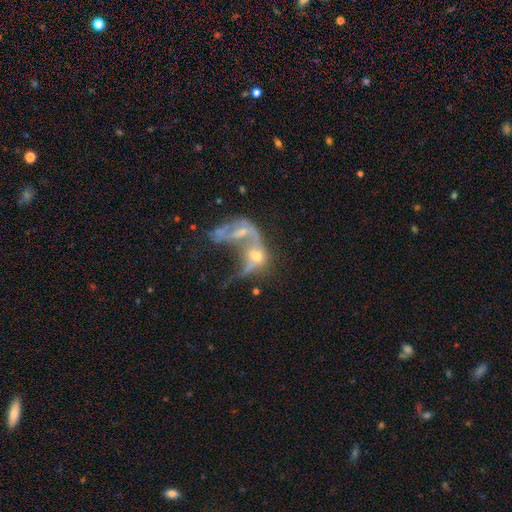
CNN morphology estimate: The model was most divided on "bulge size": moderate: 41%, small: 35%, none: 14%, large: 7%, dominant: 2%. More confident: edge-on disk — no (91%); bar — no (69%); merging — merger (67%); spiral arms — no (58%); smooth or featured — featured or disk (58%).